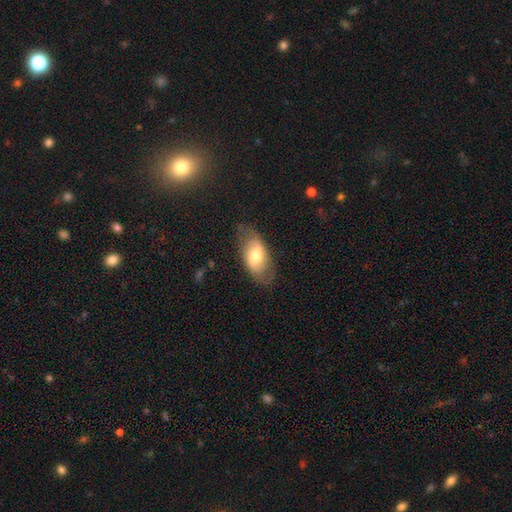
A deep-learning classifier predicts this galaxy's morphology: Smooth or featured? smooth (52%)
How rounded? in between (90%)
Merging? none (69%)